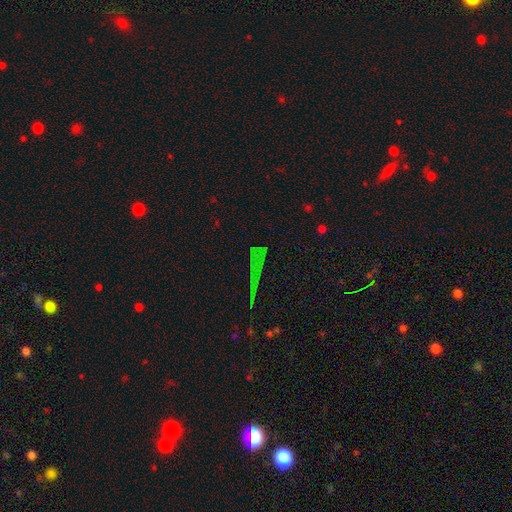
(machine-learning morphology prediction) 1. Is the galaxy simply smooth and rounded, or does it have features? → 69% star or artifact, 18% smooth, 13% featured or disk.